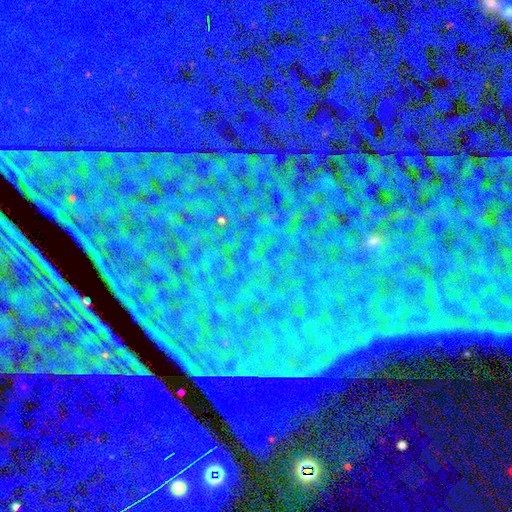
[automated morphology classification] Smooth or featured? star or artifact (87%)